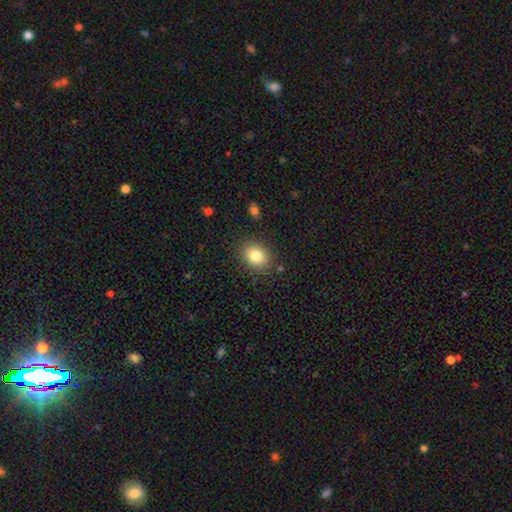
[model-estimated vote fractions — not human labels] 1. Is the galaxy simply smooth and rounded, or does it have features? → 82% smooth, 10% star or artifact, 8% featured or disk.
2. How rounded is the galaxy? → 54% in between, 45% round, 1% cigar-shaped.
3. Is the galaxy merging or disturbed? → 86% none, 10% minor disturbance, 3% major disturbance, 1% merger.